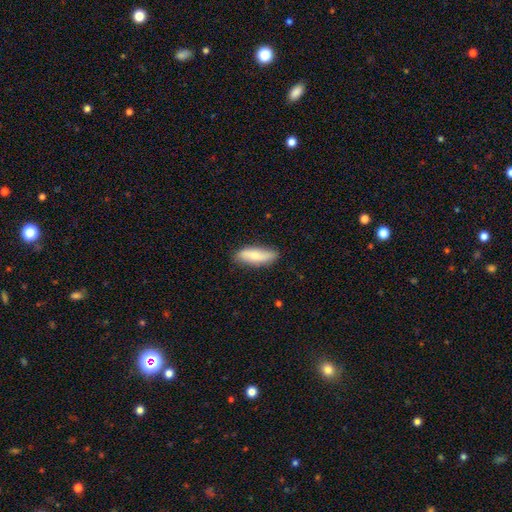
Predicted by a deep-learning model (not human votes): Smooth or featured?
  - smooth: 72% *
  - featured or disk: 22%
  - star or artifact: 6%
How rounded?
  - in between: 59% *
  - cigar-shaped: 39%
  - round: 2%
Merging?
  - none: 80% *
  - minor disturbance: 16%
  - major disturbance: 3%
  - merger: 1%